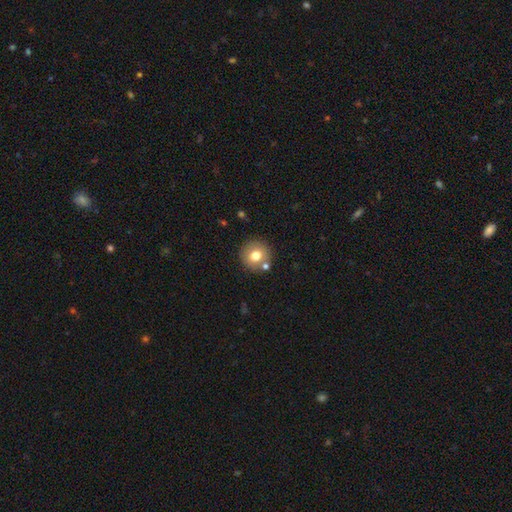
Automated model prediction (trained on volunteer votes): smooth 73%, featured or disk 16%, star or artifact 11%. Down the decision tree: how rounded — round (92%); merging — none (82%).